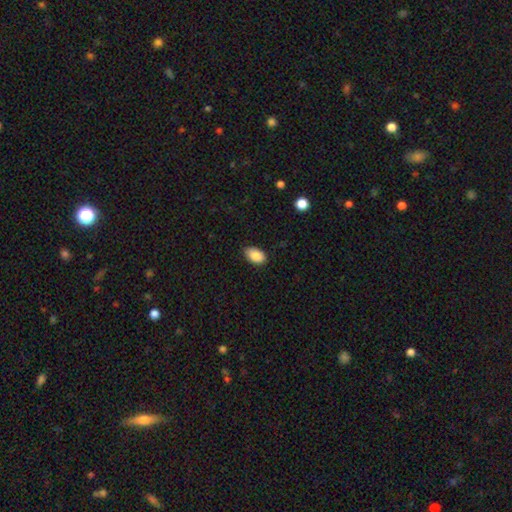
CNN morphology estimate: Smooth or featured?
  - smooth: 88% *
  - star or artifact: 7%
  - featured or disk: 5%
How rounded?
  - in between: 91% *
  - round: 7%
  - cigar-shaped: 1%
Merging?
  - none: 83% *
  - minor disturbance: 14%
  - major disturbance: 2%
  - merger: 1%